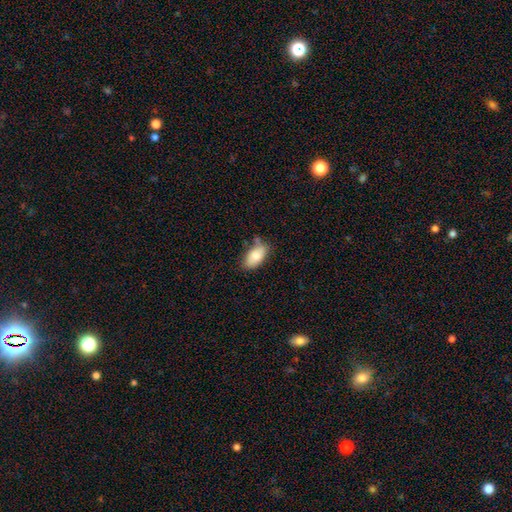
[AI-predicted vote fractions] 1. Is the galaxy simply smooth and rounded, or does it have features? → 82% smooth, 11% featured or disk, 7% star or artifact.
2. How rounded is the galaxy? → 92% in between, 4% cigar-shaped, 3% round.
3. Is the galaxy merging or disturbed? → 62% none, 26% minor disturbance, 7% merger, 6% major disturbance.